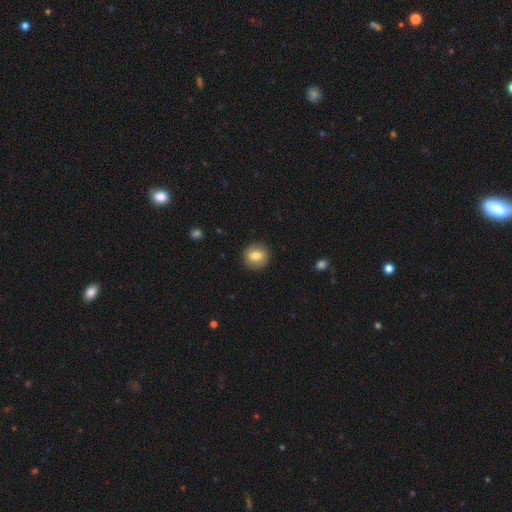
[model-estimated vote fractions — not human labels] This appears to be a smooth galaxy with no disk features (77%) that is round (87%). Merging: none (90%).